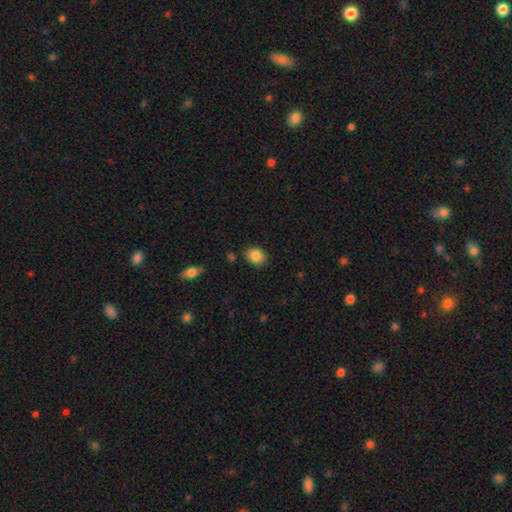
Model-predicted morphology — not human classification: smooth_or_featured: smooth (p=0.85) [alt: star or artifact p=0.09]
how_rounded: round (p=0.57) [alt: in between p=0.42]
merging: none (p=0.86) [alt: minor disturbance p=0.10]